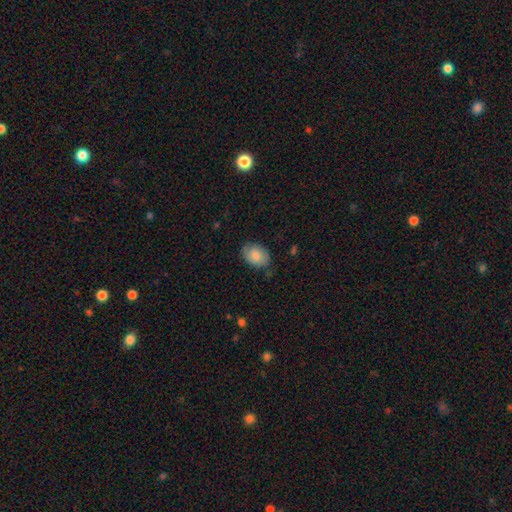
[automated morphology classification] type=smooth (78%); roundness=in between (77%); merging=none (70%).